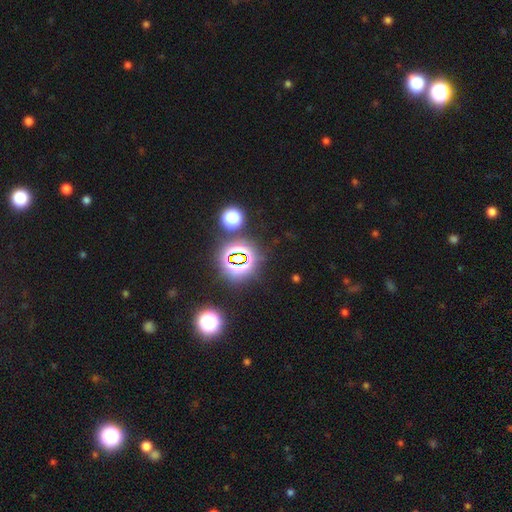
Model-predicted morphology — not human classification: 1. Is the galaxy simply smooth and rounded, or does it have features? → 81% star or artifact, 13% smooth, 7% featured or disk.